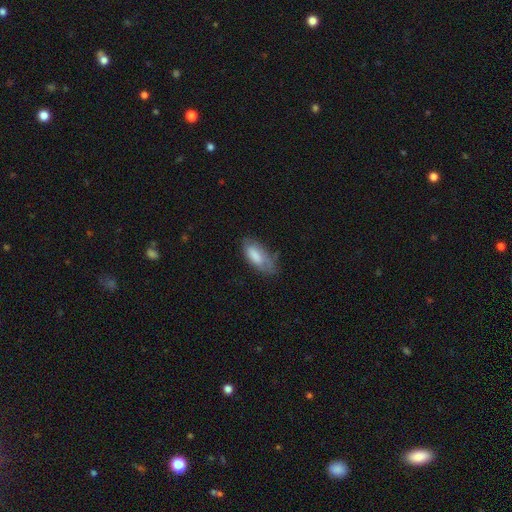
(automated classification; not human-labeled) Smooth or featured? Predicted: smooth (p=0.77). How rounded? Predicted: in between (p=0.82). Merging? Predicted: none (p=0.52).